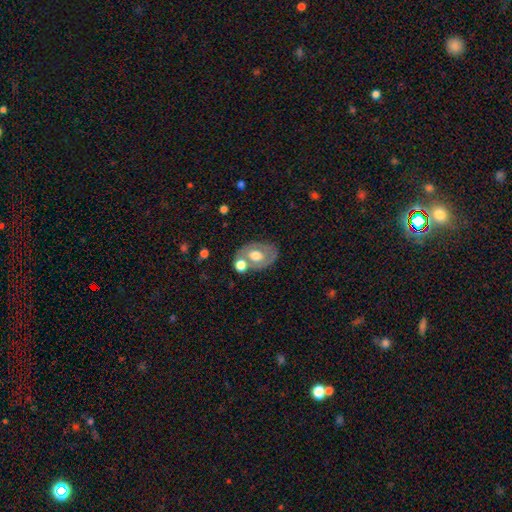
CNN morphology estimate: A featured or disk galaxy (48%). Merging: none (56%).